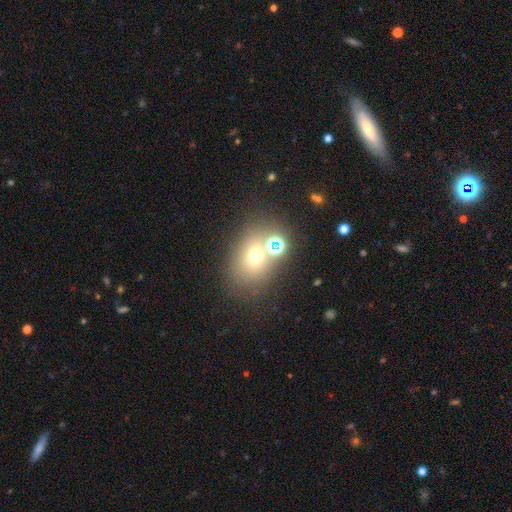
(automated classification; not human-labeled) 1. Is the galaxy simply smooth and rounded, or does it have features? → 60% smooth, 23% star or artifact, 17% featured or disk.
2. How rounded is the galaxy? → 52% in between, 46% round, 1% cigar-shaped.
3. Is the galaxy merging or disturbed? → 60% none, 21% merger, 12% minor disturbance, 7% major disturbance.